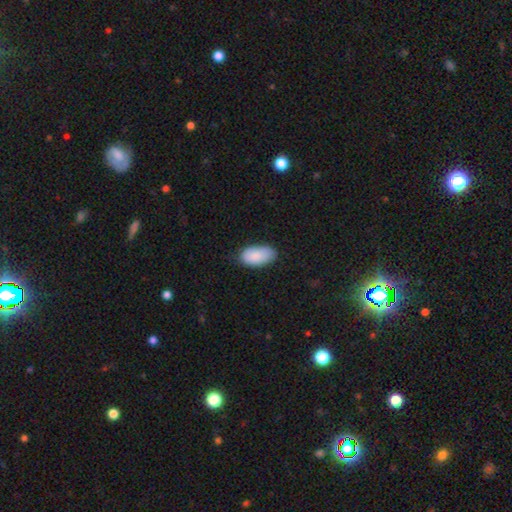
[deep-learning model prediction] smooth-or-featured: smooth: 88% | star or artifact: 6% | featured or disk: 6%
  how-rounded: in between: 95% | round: 3% | cigar-shaped: 2%
  merging: none: 70% | minor disturbance: 25% | major disturbance: 4% | merger: 1%